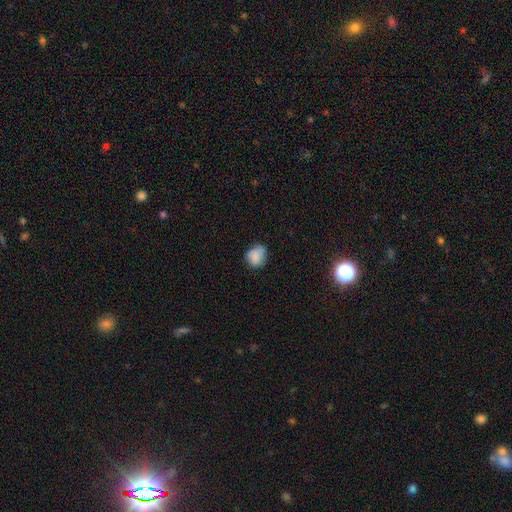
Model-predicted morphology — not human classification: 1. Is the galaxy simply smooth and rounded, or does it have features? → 82% smooth, 9% featured or disk, 9% star or artifact.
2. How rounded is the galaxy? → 62% round, 36% in between, 1% cigar-shaped.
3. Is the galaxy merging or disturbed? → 59% none, 31% minor disturbance, 7% major disturbance, 2% merger.